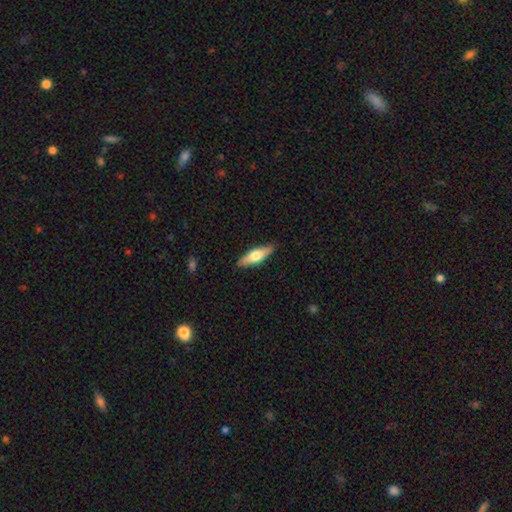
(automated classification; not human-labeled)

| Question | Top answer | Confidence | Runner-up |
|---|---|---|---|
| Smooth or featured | smooth | 57% | featured or disk (38%) |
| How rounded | cigar-shaped | 53% | in between (45%) |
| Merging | none | 87% | minor disturbance (10%) |